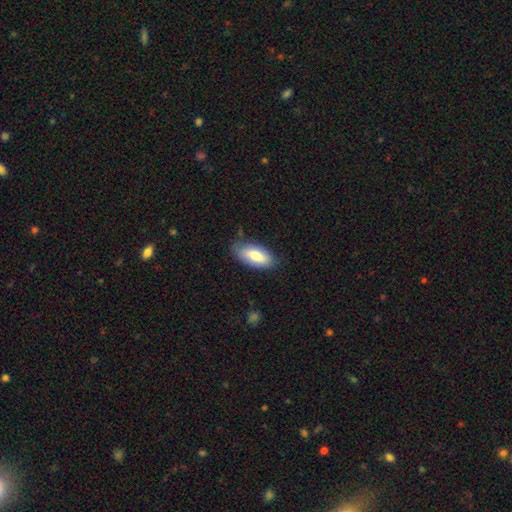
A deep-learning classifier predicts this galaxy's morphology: The model was most divided on "merging": none: 75%, minor disturbance: 20%, major disturbance: 4%, merger: 2%. More confident: how rounded — in between (87%); smooth or featured — smooth (78%).